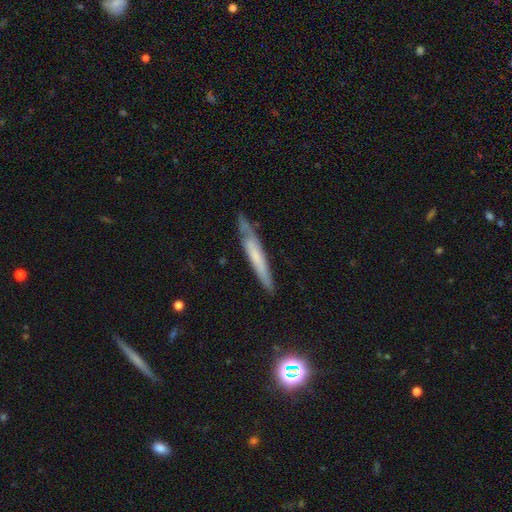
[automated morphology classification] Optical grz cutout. It shows a featured or disk galaxy (46%, tied with smooth). Merging: none (70%).